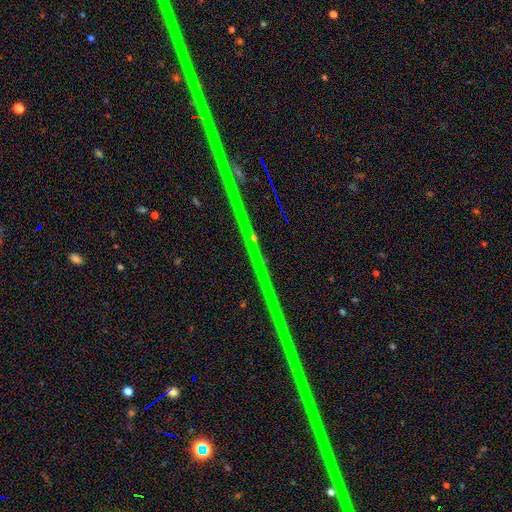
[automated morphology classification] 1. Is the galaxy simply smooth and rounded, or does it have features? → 89% star or artifact, 6% featured or disk, 4% smooth.